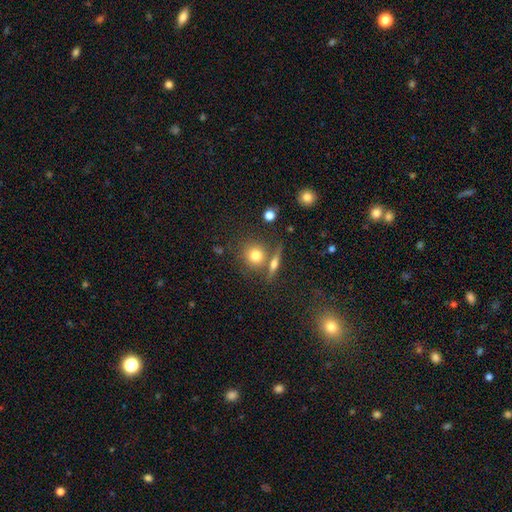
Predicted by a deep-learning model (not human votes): Smooth or featured: smooth — 74% (featured or disk — 14%)
How rounded: round — 85% (in between — 13%)
Merging: none — 65% (merger — 21%)